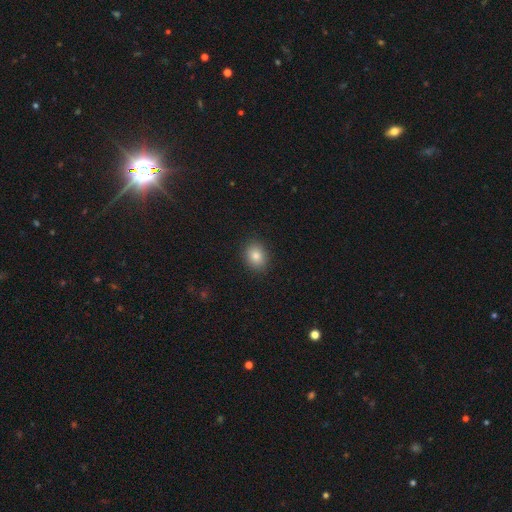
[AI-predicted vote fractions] Smooth or featured: smooth — 84% (star or artifact — 11%)
How rounded: round — 57% (in between — 42%)
Merging: none — 90% (minor disturbance — 7%)